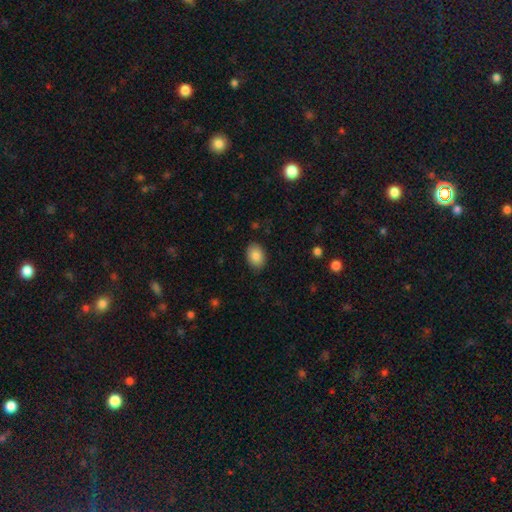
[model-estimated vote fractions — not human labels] Smooth or featured: smooth — 87% (star or artifact — 7%)
How rounded: in between — 80% (round — 19%)
Merging: none — 87% (minor disturbance — 10%)